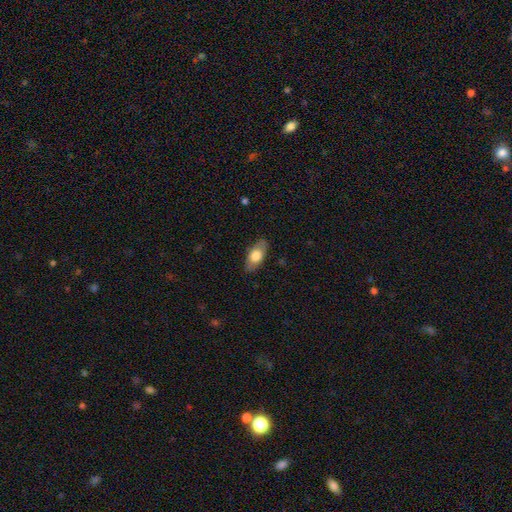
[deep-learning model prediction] Morphology: type=smooth (69%); roundness=in between (87%); merging=none (83%).